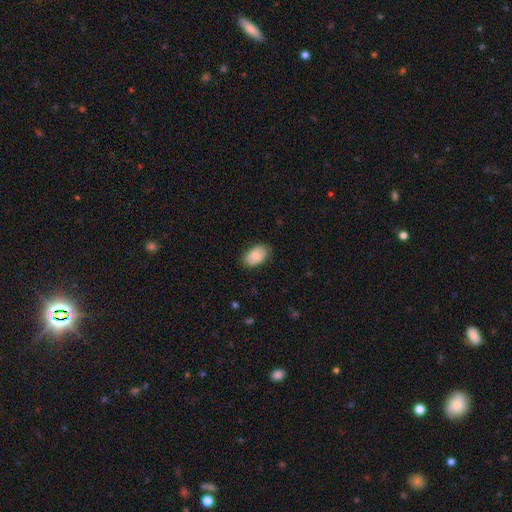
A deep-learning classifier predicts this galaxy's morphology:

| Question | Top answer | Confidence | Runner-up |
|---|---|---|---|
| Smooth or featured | smooth | 73% | featured or disk (20%) |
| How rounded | in between | 90% | round (8%) |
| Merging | none | 80% | minor disturbance (16%) |